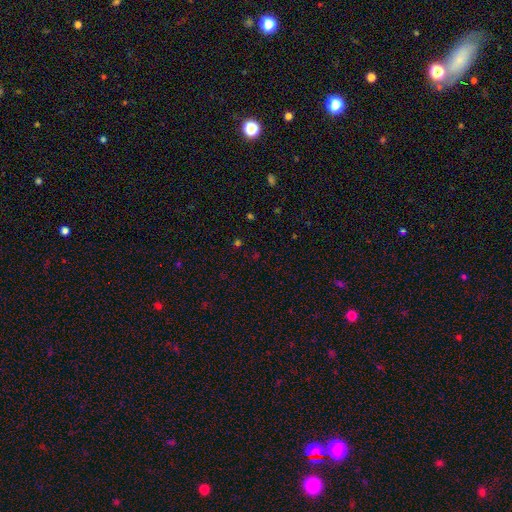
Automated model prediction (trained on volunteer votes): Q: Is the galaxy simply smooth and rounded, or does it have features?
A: star or artifact — 57%.